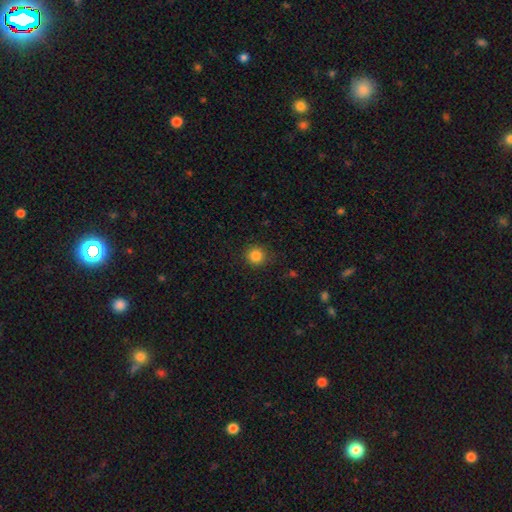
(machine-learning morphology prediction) Smooth or featured?
  - smooth: 84% *
  - star or artifact: 12%
  - featured or disk: 4%
How rounded?
  - round: 93% *
  - in between: 6%
  - cigar-shaped: 1%
Merging?
  - none: 88% *
  - minor disturbance: 8%
  - major disturbance: 3%
  - merger: 1%